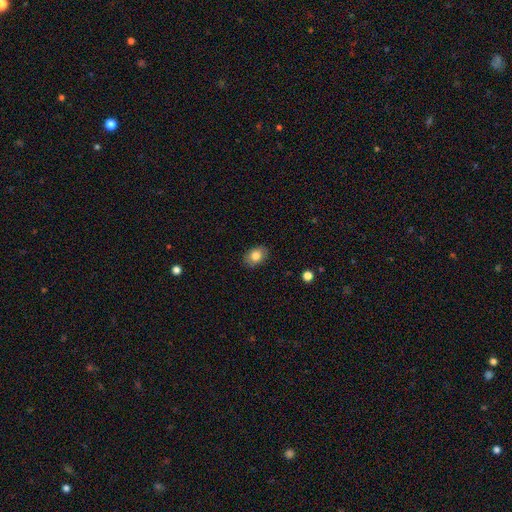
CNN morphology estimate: This appears to be a smooth galaxy with no disk features (83%) that is in between round and cigar-shaped (71%). Merging: none (86%).